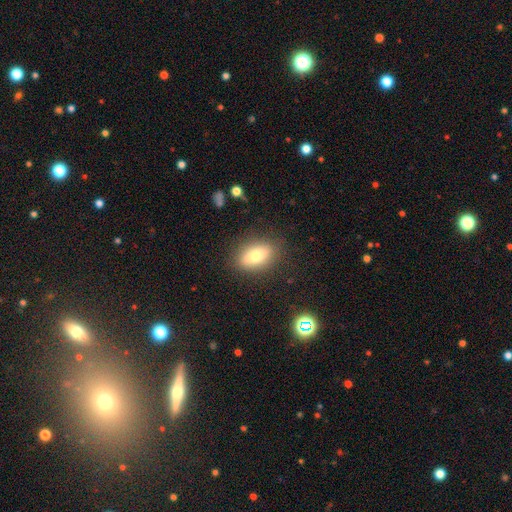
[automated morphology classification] Overall: smooth (73%). How rounded: in between (82%). Merging: none (85%).